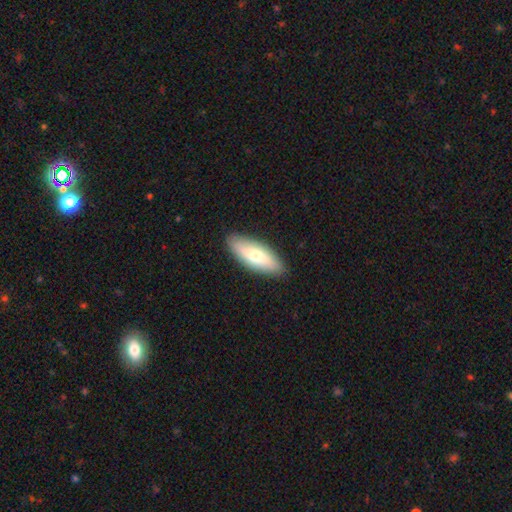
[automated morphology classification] A smooth galaxy with no disk features (66%) that is in between round and cigar-shaped (67%).

Vote fractions:
- Smooth or featured? smooth: 66% / featured or disk: 28% / star or artifact: 5%
- How rounded? in between: 67% / cigar-shaped: 31% / round: 2%
- Merging? none: 89% / minor disturbance: 8% / major disturbance: 2% / merger: 1%